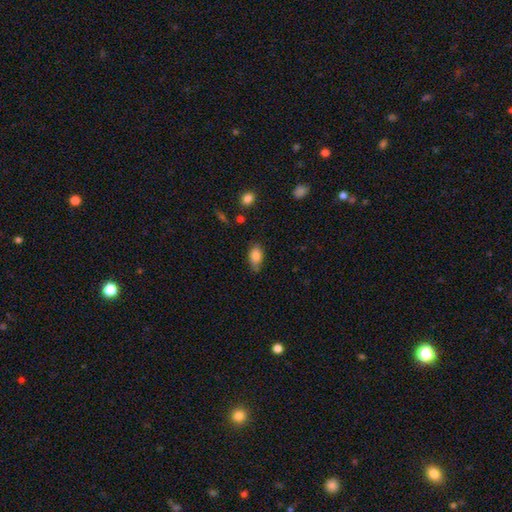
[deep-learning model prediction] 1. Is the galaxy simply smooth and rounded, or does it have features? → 84% smooth, 8% star or artifact, 8% featured or disk.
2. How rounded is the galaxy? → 88% in between, 9% round, 3% cigar-shaped.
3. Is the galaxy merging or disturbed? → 59% none, 32% minor disturbance, 7% major disturbance, 2% merger.